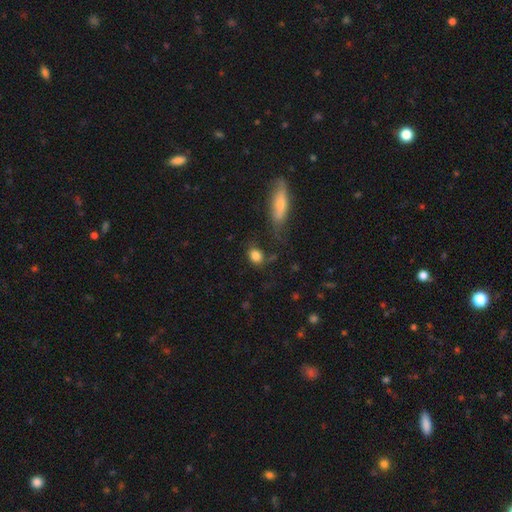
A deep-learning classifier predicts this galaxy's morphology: type=smooth (83%); roundness=in between (49%); merging=none (67%).